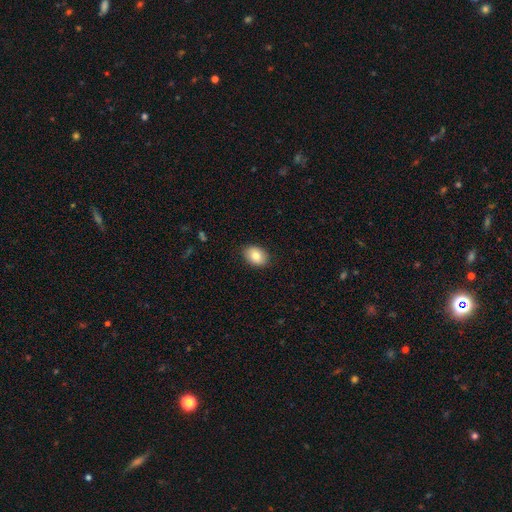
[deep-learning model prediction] A smooth galaxy with no disk features (83%) that is in between round and cigar-shaped (79%). Merging: none (87%).